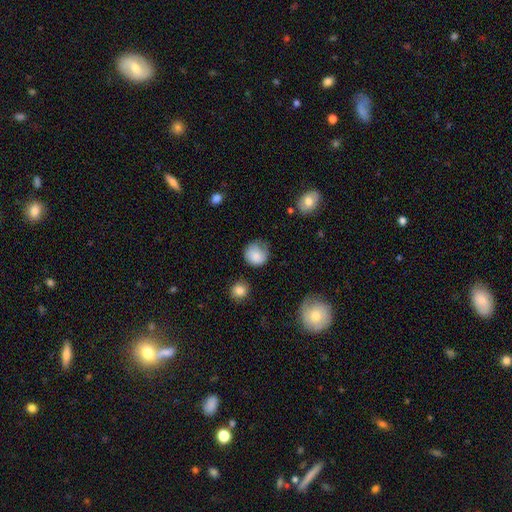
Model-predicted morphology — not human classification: This is clearly a smooth galaxy (81%). How rounded: clearly round (85%). Merging: likely none (61%).